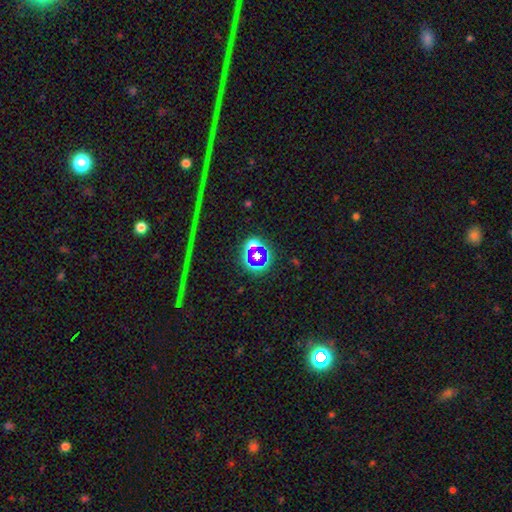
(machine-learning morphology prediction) smooth-or-featured: star or artifact: 61% | smooth: 26% | featured or disk: 13%